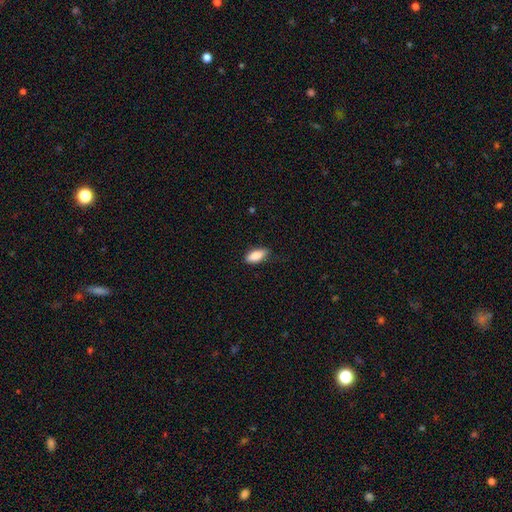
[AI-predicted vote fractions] A smooth galaxy with no disk features (87%) that is in between round and cigar-shaped (86%).

Vote fractions:
- Smooth or featured? smooth: 87% / star or artifact: 7% / featured or disk: 6%
- How rounded? in between: 86% / cigar-shaped: 11% / round: 2%
- Merging? none: 77% / minor disturbance: 18% / major disturbance: 3% / merger: 1%